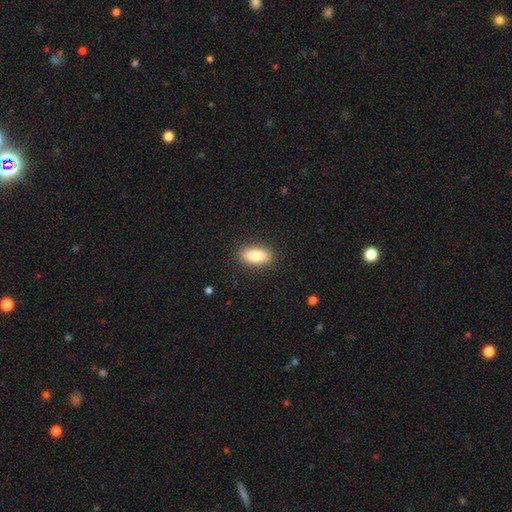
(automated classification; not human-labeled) A smooth galaxy with no disk features (81%) that is in between round and cigar-shaped (87%).

Vote fractions:
- Smooth or featured? smooth: 81% / featured or disk: 12% / star or artifact: 7%
- How rounded? in between: 87% / cigar-shaped: 9% / round: 4%
- Merging? none: 88% / minor disturbance: 8% / major disturbance: 2% / merger: 1%